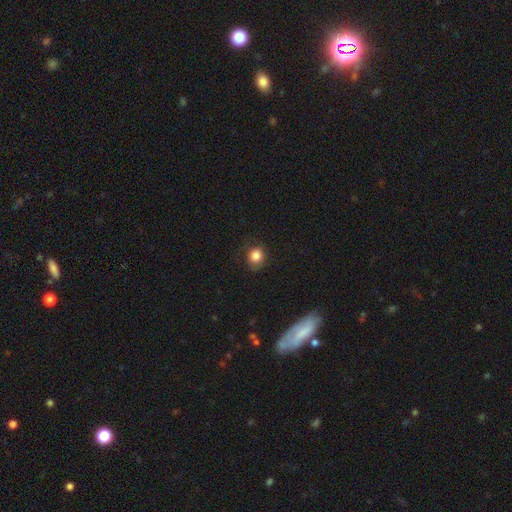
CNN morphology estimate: smooth 84%, star or artifact 10%, featured or disk 7%. Down the decision tree: how rounded — round (82%); merging — none (73%).